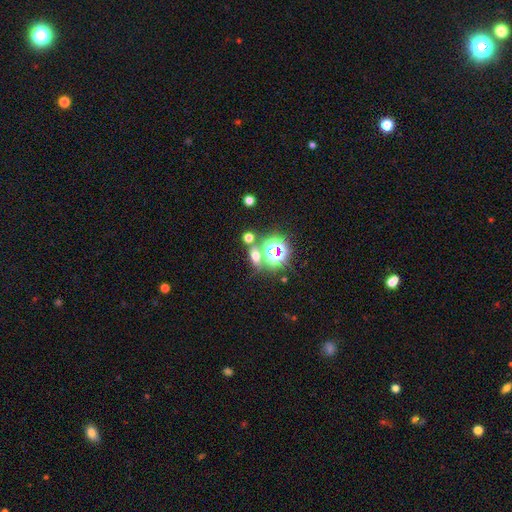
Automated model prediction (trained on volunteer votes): A smooth galaxy with no disk features (48%).

Vote fractions:
- Smooth or featured? smooth: 48% / star or artifact: 38% / featured or disk: 14%
- Merging? none: 63% / merger: 24% / minor disturbance: 9% / major disturbance: 5%